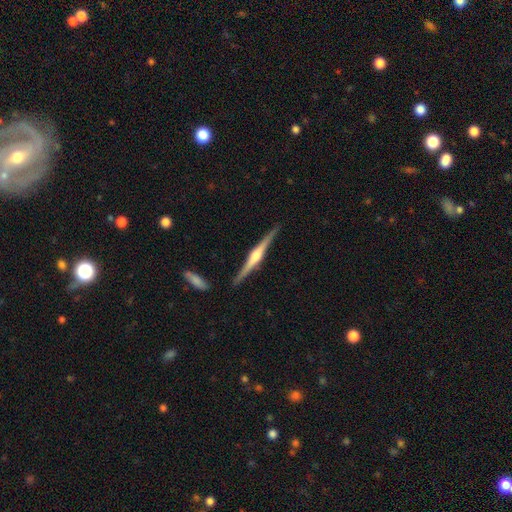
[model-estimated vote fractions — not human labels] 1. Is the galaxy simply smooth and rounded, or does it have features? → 81% featured or disk, 15% smooth, 5% star or artifact.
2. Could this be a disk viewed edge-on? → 98% yes, 2% no.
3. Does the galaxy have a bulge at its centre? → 86% rounded, 9% boxy, 5% none.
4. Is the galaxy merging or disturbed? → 88% none, 8% minor disturbance, 2% merger, 2% major disturbance.